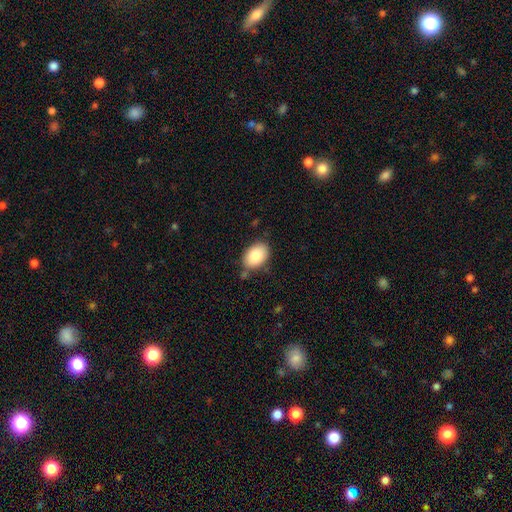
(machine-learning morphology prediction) Smooth or featured? Predicted: smooth (p=0.86). How rounded? Predicted: in between (p=0.85). Merging? Predicted: none (p=0.78).